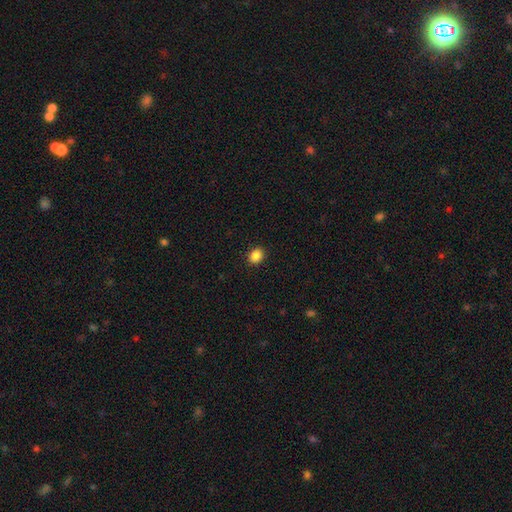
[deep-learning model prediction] Smooth or featured? smooth (87%)
How rounded? round (63%)
Merging? none (91%)